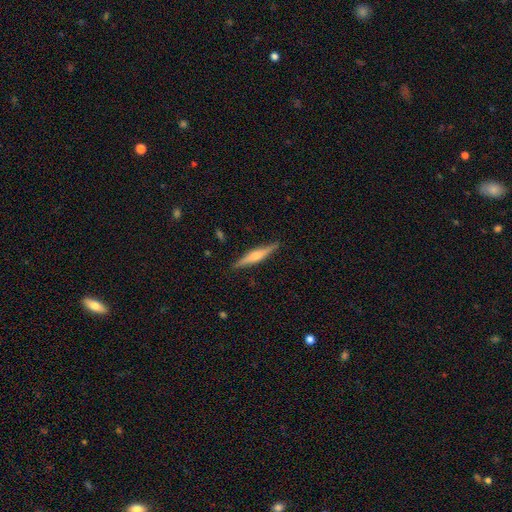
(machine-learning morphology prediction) Q: Smooth or featured?
A: featured or disk (60%); runner-up: smooth (34%)
Q: Edge-on disk?
A: yes (97%); runner-up: no (3%)
Q: Edge-on bulge?
A: rounded (76%); runner-up: boxy (15%)
Q: Merging?
A: none (89%); runner-up: minor disturbance (8%)